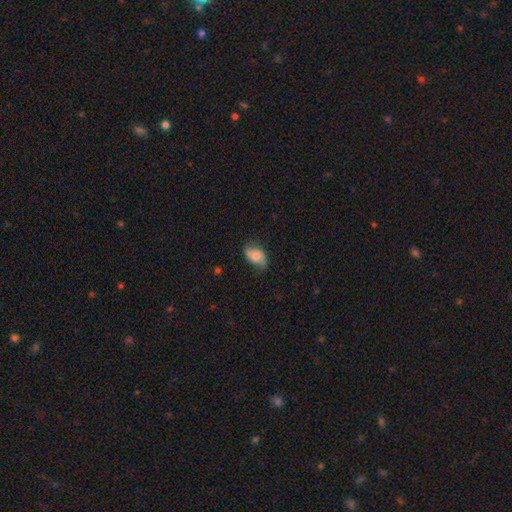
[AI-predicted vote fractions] Smooth or featured? smooth (67%)
How rounded? in between (89%)
Merging? none (64%)